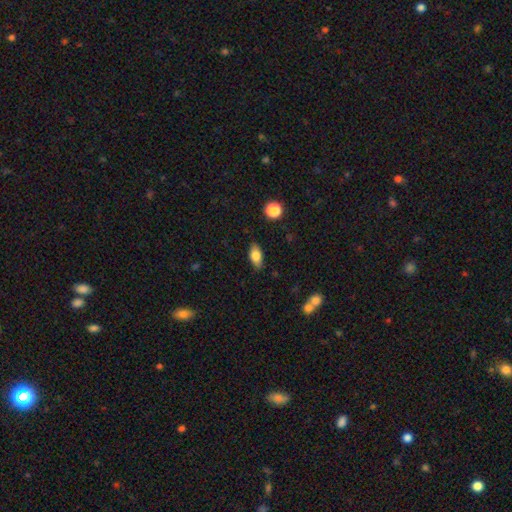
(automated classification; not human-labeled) smooth 77%, featured or disk 15%, star or artifact 8%. Down the decision tree: how rounded — in between (86%); merging — none (84%).